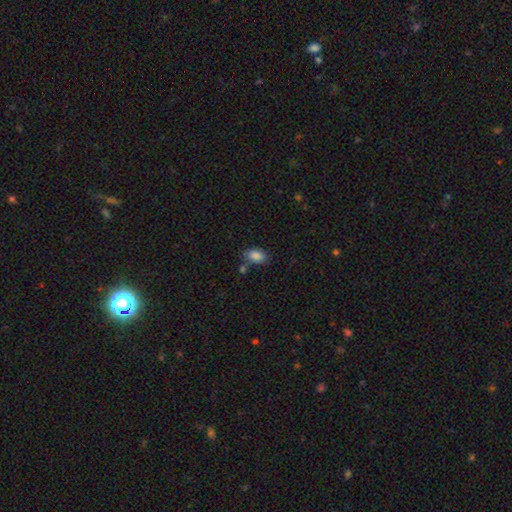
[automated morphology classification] Q: Smooth or featured?
A: smooth (86%); runner-up: star or artifact (8%)
Q: How rounded?
A: in between (91%); runner-up: round (7%)
Q: Merging?
A: none (72%); runner-up: minor disturbance (15%)